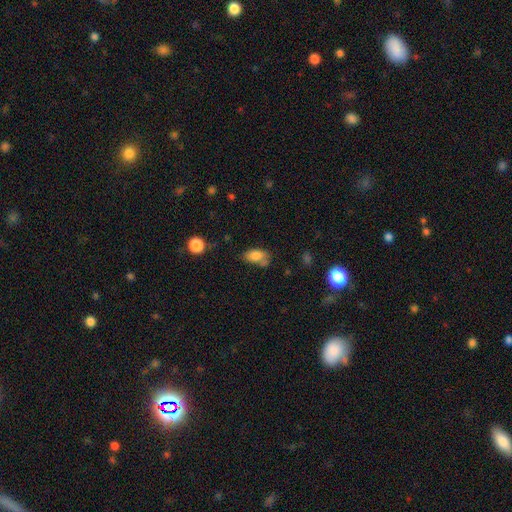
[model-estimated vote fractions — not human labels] A smooth galaxy with no disk features (81%) that is in between round and cigar-shaped (89%).

Vote fractions:
- Smooth or featured? smooth: 81% / featured or disk: 10% / star or artifact: 10%
- How rounded? in between: 89% / round: 8% / cigar-shaped: 3%
- Merging? none: 49% / minor disturbance: 27% / merger: 15% / major disturbance: 10%